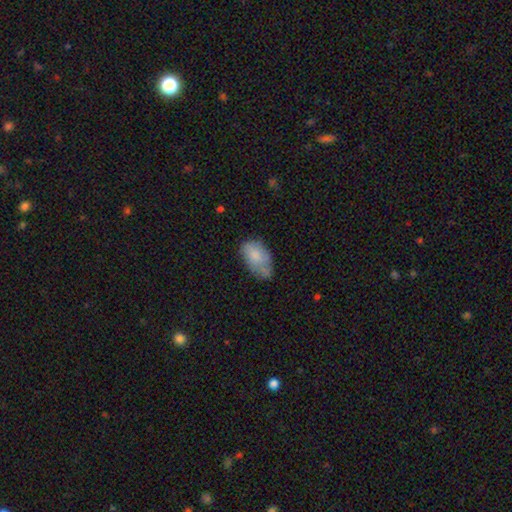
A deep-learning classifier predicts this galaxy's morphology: A smooth galaxy with no disk features (74%) that is in between round and cigar-shaped (92%). Merging: none (45%).